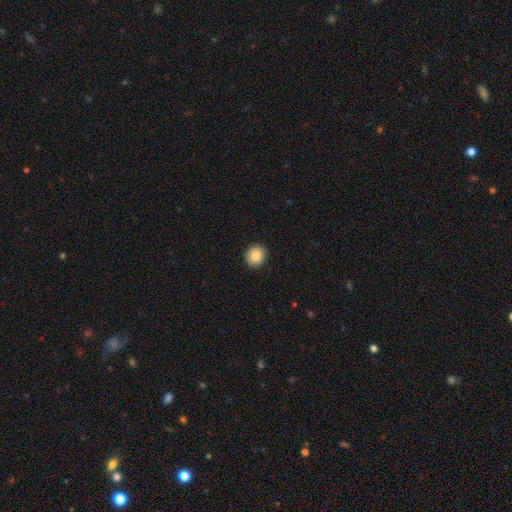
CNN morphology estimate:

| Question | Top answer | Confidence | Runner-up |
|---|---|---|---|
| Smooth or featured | smooth | 87% | star or artifact (8%) |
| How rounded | round | 80% | in between (19%) |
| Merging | none | 91% | minor disturbance (6%) |